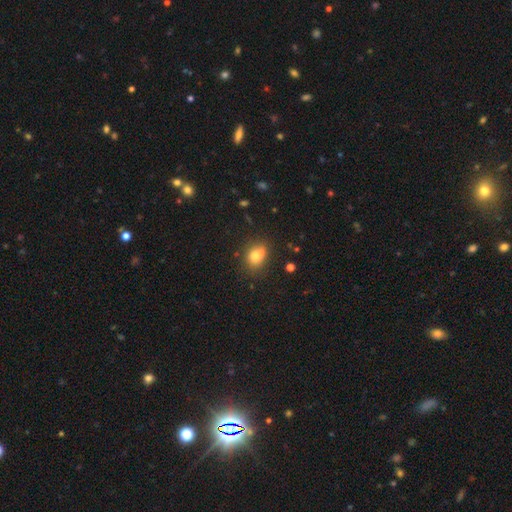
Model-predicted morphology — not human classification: smooth 74%, featured or disk 13%, star or artifact 12%. Down the decision tree: how rounded — round (53%); merging — none (53%).